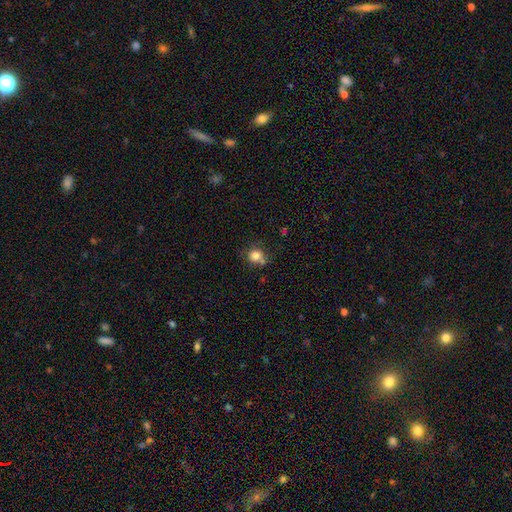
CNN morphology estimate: The model was most divided on "merging": none: 60%, merger: 19%, minor disturbance: 16%, major disturbance: 5%. More confident: how rounded — round (86%); smooth or featured — smooth (80%).